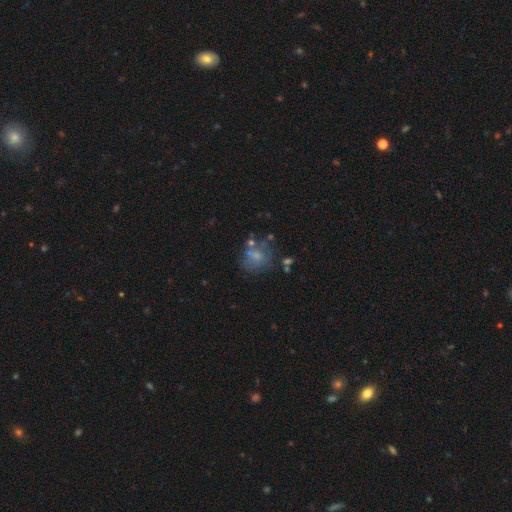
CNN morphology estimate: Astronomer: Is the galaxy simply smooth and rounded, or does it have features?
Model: smooth — 54% (runner-up: featured or disk, 33%).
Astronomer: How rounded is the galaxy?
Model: round — 66%.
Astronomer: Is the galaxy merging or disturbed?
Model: none — 46% (runner-up: minor disturbance, 21%).